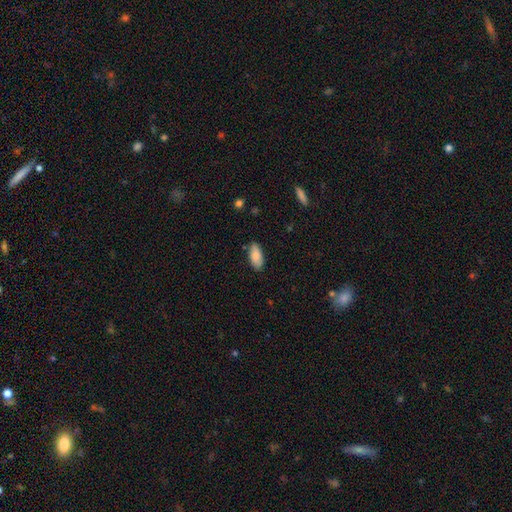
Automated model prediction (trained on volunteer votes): A smooth galaxy with no disk features (85%) that is in between round and cigar-shaped (89%).

Vote fractions:
- Smooth or featured? smooth: 85% / featured or disk: 8% / star or artifact: 6%
- How rounded? in between: 89% / cigar-shaped: 9% / round: 2%
- Merging? none: 82% / minor disturbance: 14% / major disturbance: 2% / merger: 1%